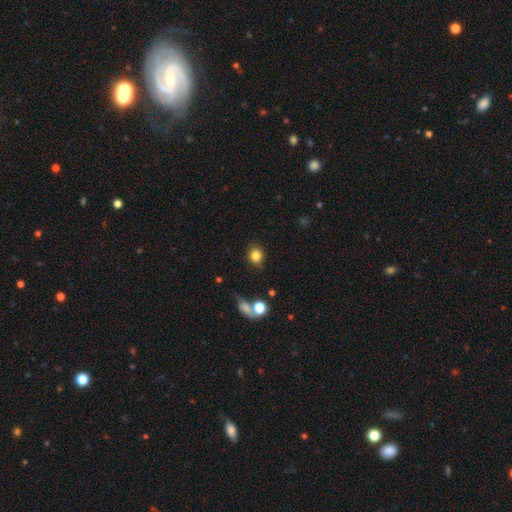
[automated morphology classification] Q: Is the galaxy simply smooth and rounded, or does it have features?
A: smooth — 82%.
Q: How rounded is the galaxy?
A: round — 72%.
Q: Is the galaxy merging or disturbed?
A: none — 81%.